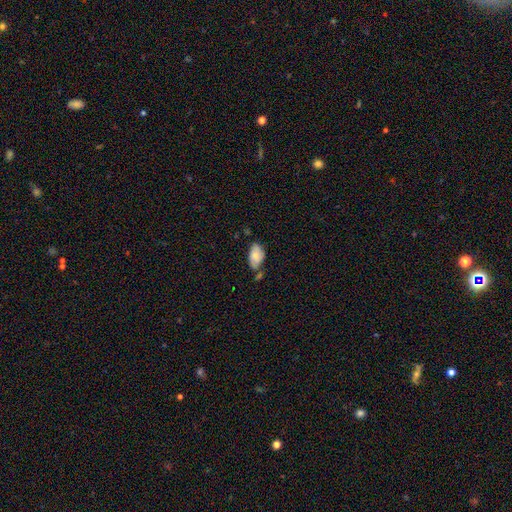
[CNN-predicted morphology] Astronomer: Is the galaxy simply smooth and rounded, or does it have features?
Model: smooth — 75%.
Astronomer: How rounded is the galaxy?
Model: in between — 94%.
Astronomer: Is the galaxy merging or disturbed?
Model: none — 47% (runner-up: minor disturbance, 28%).